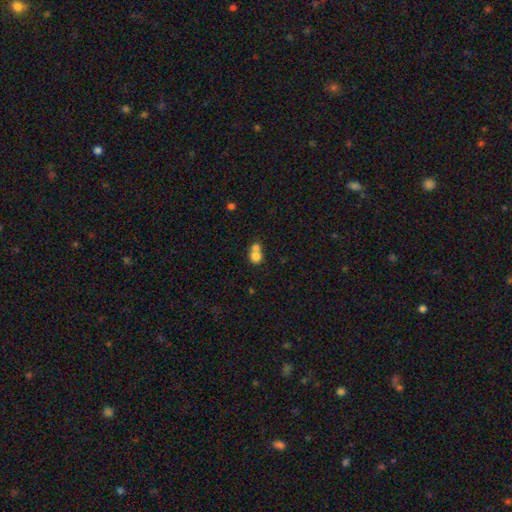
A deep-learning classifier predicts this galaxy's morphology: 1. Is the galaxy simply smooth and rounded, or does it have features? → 75% smooth, 15% featured or disk, 10% star or artifact.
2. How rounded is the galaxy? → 75% round, 24% in between, 1% cigar-shaped.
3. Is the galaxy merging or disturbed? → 64% merger, 28% none, 6% minor disturbance, 3% major disturbance.